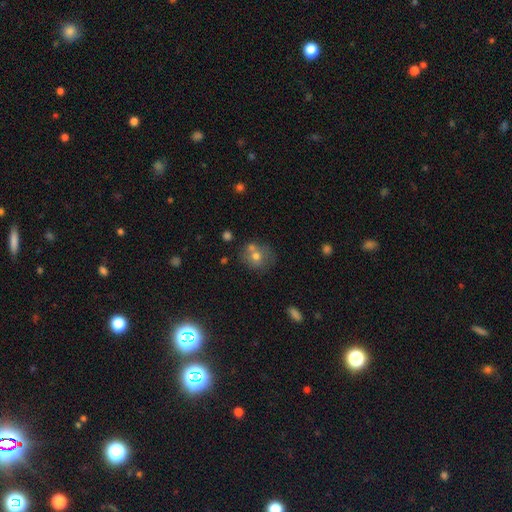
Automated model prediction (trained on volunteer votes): Smooth or featured: smooth — 67% (featured or disk — 22%)
How rounded: round — 75% (in between — 24%)
Merging: none — 52% (merger — 29%)